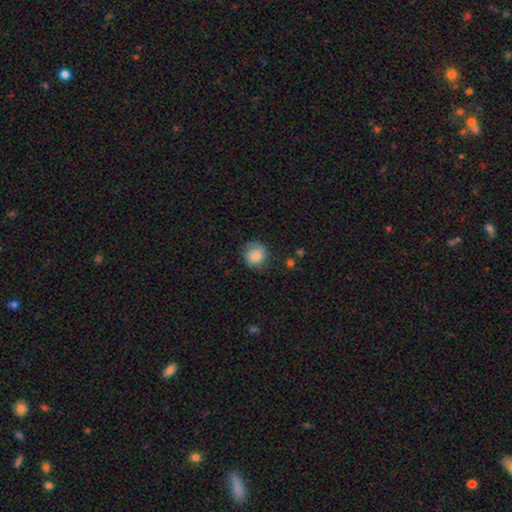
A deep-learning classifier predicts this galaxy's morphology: A smooth galaxy with no disk features (79%) that is round (86%).

Vote fractions:
- Smooth or featured? smooth: 79% / featured or disk: 13% / star or artifact: 8%
- How rounded? round: 86% / in between: 13% / cigar-shaped: 1%
- Merging? none: 71% / minor disturbance: 21% / major disturbance: 7% / merger: 1%